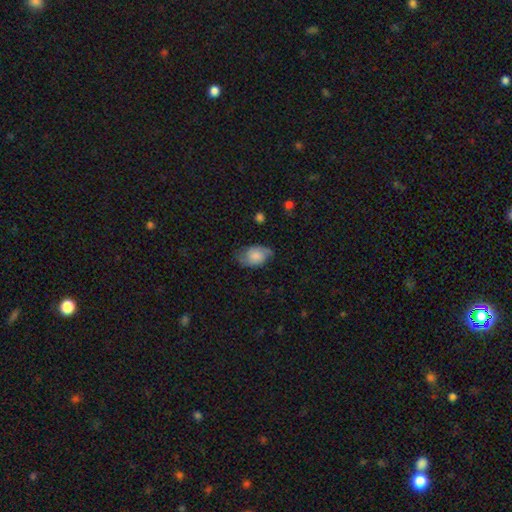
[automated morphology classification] A smooth galaxy with no disk features (71%) that is in between round and cigar-shaped (86%).

Vote fractions:
- Smooth or featured? smooth: 71% / featured or disk: 22% / star or artifact: 7%
- How rounded? in between: 86% / round: 12% / cigar-shaped: 1%
- Merging? none: 59% / minor disturbance: 31% / major disturbance: 9% / merger: 1%